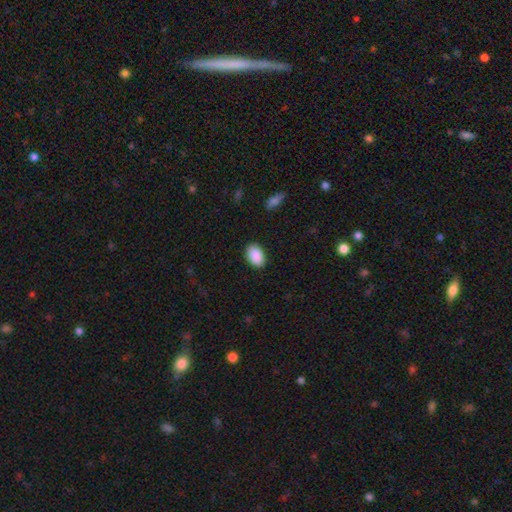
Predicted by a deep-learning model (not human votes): The model was most divided on "merging": none: 87%, minor disturbance: 10%, major disturbance: 2%, merger: 1%. More confident: smooth or featured — smooth (91%); how rounded — in between (89%).